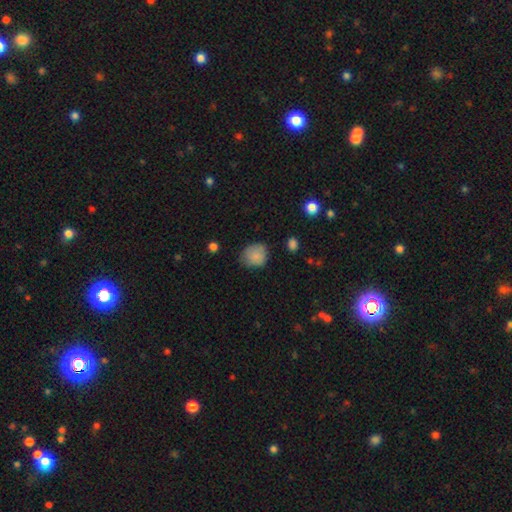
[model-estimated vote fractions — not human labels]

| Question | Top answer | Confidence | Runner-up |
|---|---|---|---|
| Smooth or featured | smooth | 84% | star or artifact (8%) |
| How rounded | round | 74% | in between (25%) |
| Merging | none | 66% | minor disturbance (27%) |